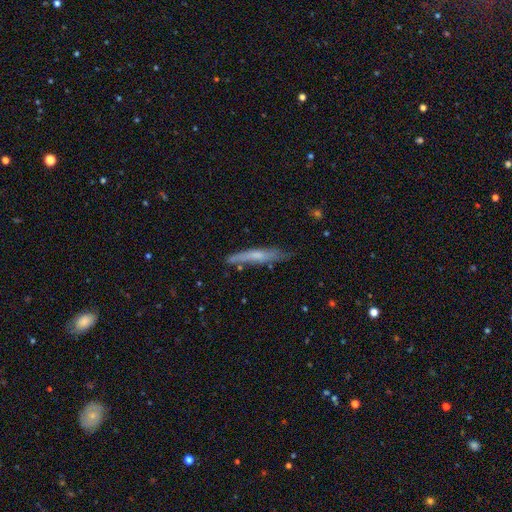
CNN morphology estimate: Smooth or featured: smooth — 50% (featured or disk — 44%)
Merging: none — 72% (minor disturbance — 21%)